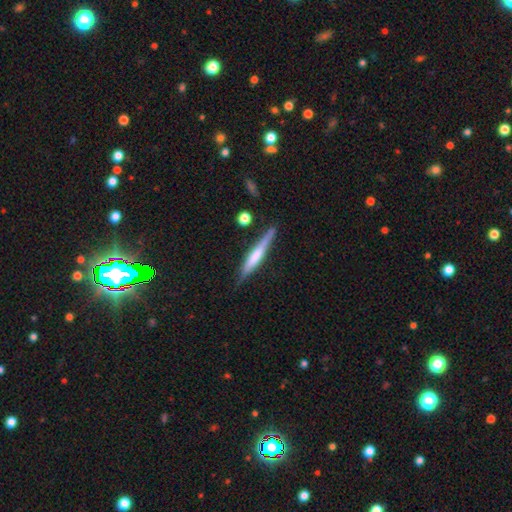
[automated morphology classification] This is possibly a featured or disk galaxy (51%). It is clearly viewed edge-on (96%). Merging: likely none (79%).